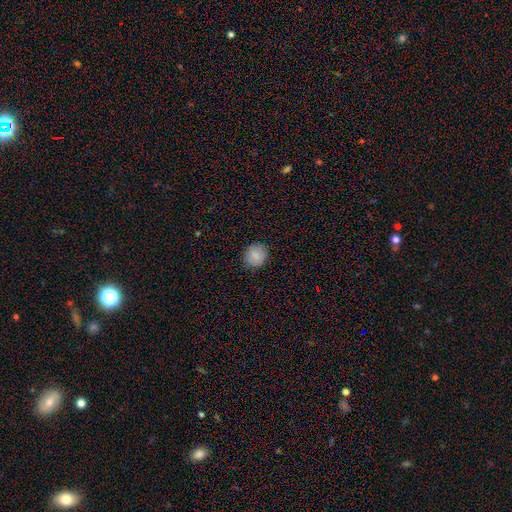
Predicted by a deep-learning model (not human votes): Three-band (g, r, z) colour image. It shows a smooth galaxy with no disk features (85%) that is round (81%). Merging: none (87%).